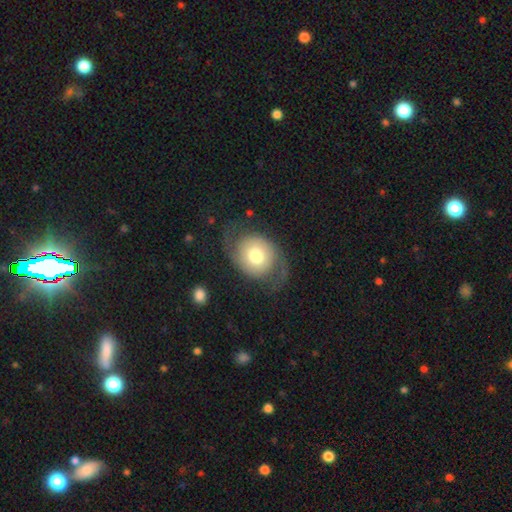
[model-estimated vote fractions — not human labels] Smooth or featured? featured or disk (60%)
Edge-on disk? no (96%)
Bar? no (73%)
Spiral arms? yes (81%)
Bulge size? moderate (62%)
Merging? none (65%)